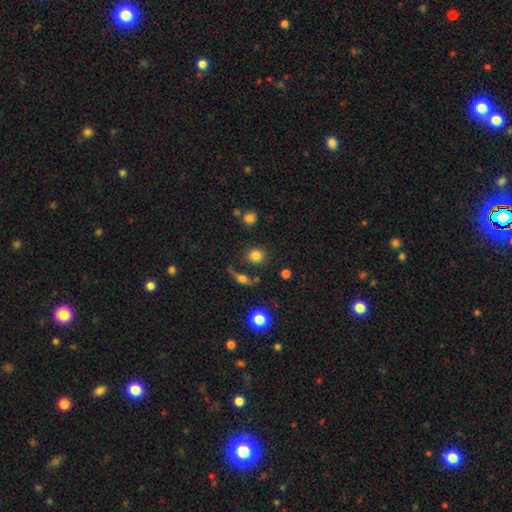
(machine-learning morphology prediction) Q: Smooth or featured?
A: smooth (81%); runner-up: star or artifact (11%)
Q: How rounded?
A: round (81%); runner-up: in between (18%)
Q: Merging?
A: none (77%); runner-up: minor disturbance (12%)